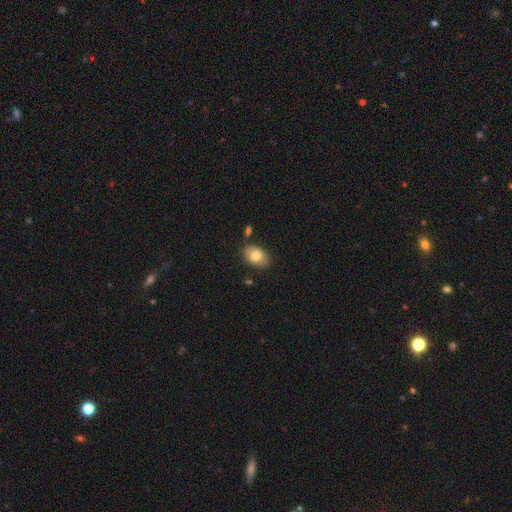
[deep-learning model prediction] smooth_or_featured: smooth (p=0.78) [alt: featured or disk p=0.15]
how_rounded: in between (p=0.83) [alt: round p=0.16]
merging: none (p=0.82) [alt: minor disturbance p=0.12]